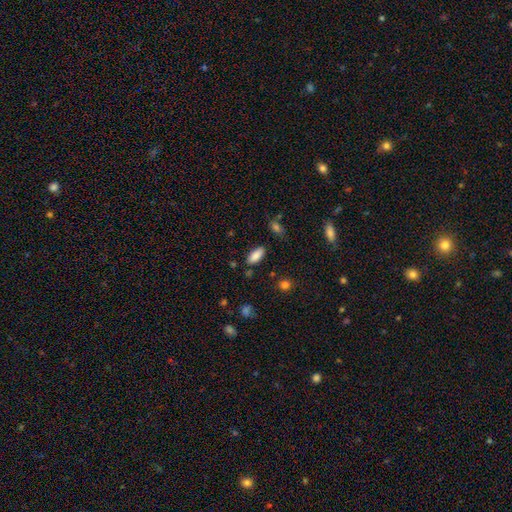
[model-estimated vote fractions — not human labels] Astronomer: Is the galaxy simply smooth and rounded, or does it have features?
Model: smooth — 86%.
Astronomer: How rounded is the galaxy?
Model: in between — 86%.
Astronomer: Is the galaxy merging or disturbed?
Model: none — 83%.